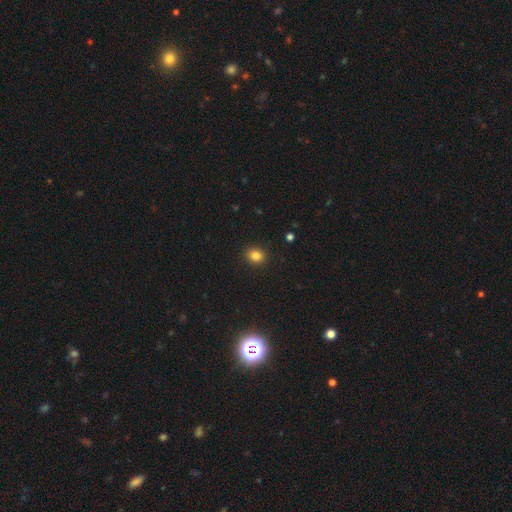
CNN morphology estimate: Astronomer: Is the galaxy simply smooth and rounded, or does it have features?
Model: smooth — 83%.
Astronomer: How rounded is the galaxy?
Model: round — 63%.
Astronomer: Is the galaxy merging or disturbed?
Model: none — 90%.